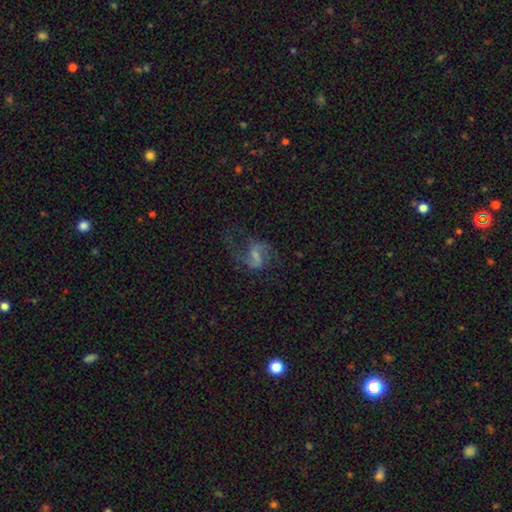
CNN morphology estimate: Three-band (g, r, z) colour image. It shows a featured or disk galaxy (73%) with a weak bar (52%), 2 (84%) loose (56%) spiral arms (89%) and a small central bulge (38%). Merging: none (50%).